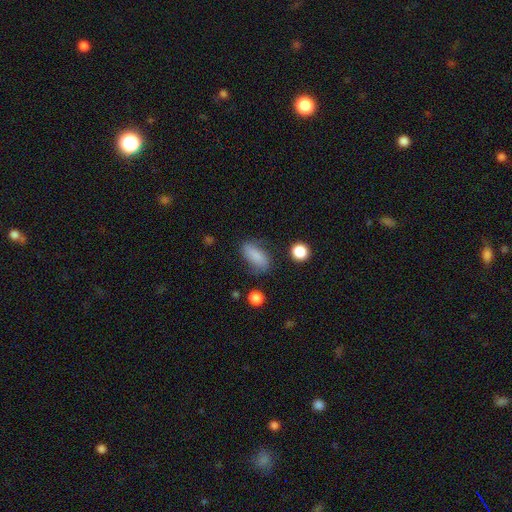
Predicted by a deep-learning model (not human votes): smooth_or_featured: smooth (p=0.78) [alt: featured or disk p=0.13]
how_rounded: in between (p=0.84) [alt: cigar-shaped p=0.10]
merging: none (p=0.67) [alt: minor disturbance p=0.22]